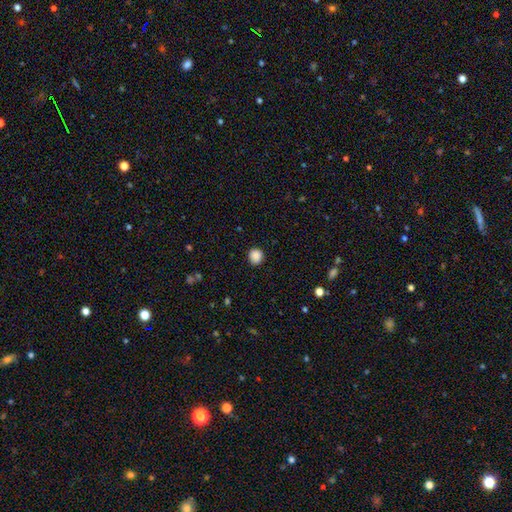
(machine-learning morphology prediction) smooth_or_featured: smooth (p=0.88) [alt: star or artifact p=0.10]
how_rounded: round (p=0.87) [alt: in between p=0.12]
merging: none (p=0.89) [alt: minor disturbance p=0.07]